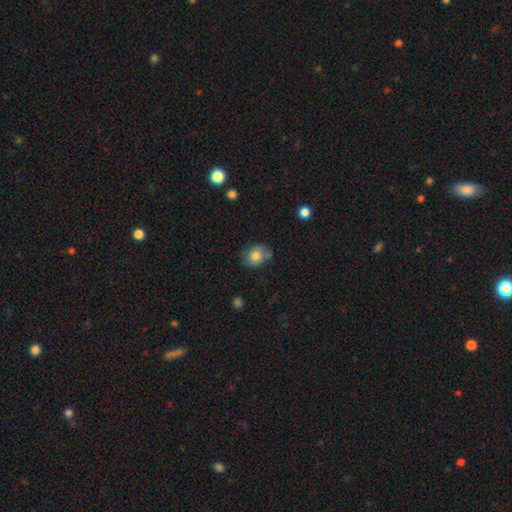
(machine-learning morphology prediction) Smooth or featured? Predicted: smooth (p=0.71). How rounded? Predicted: round (p=0.56). Merging? Predicted: none (p=0.68).